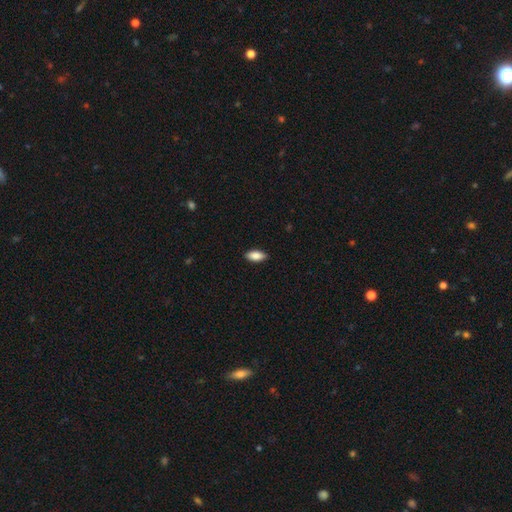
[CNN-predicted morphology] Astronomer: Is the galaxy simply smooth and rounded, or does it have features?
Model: smooth — 86%.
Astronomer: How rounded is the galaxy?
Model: in between — 88%.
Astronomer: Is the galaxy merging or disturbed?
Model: none — 89%.